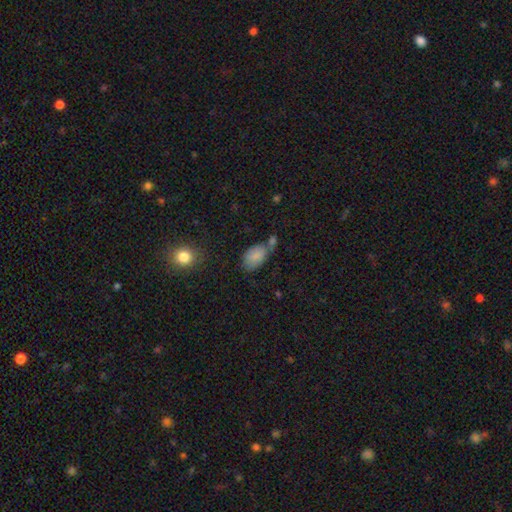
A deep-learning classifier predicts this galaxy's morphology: Smooth or featured? smooth (84%)
How rounded? in between (91%)
Merging? none (49%)